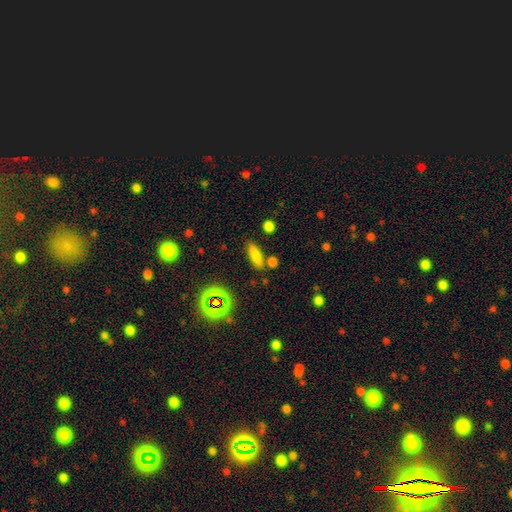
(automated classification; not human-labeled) Smooth or featured?
  - smooth: 77% *
  - star or artifact: 14%
  - featured or disk: 9%
How rounded?
  - cigar-shaped: 56% *
  - in between: 40%
  - round: 5%
Merging?
  - none: 76% *
  - minor disturbance: 11%
  - merger: 9%
  - major disturbance: 4%